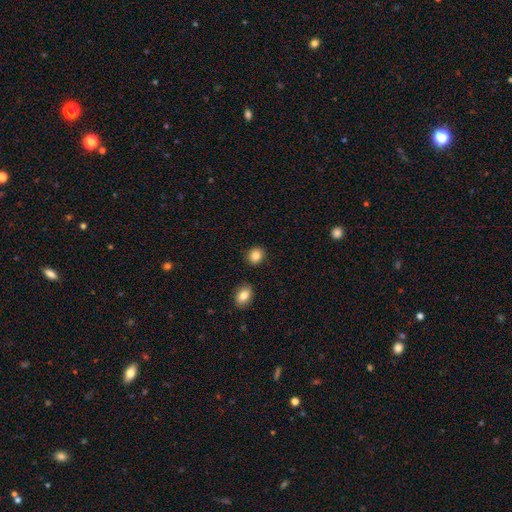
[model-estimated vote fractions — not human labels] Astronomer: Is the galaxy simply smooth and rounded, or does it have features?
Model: smooth — 85%.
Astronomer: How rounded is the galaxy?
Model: round — 73%.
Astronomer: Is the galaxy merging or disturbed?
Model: none — 89%.